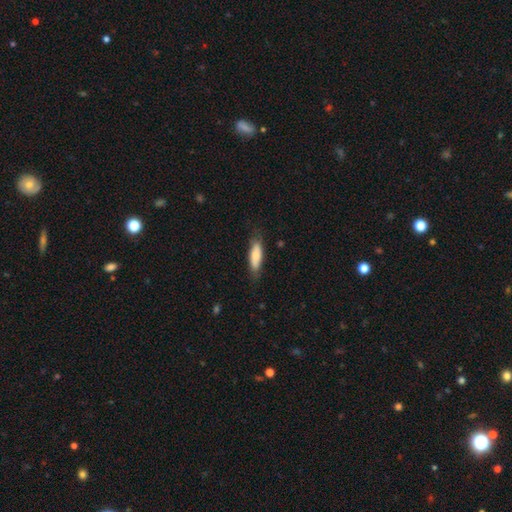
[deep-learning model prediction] This appears to be a smooth galaxy with no disk features (68%) that is in between round and cigar-shaped (59%). Merging: none (74%).